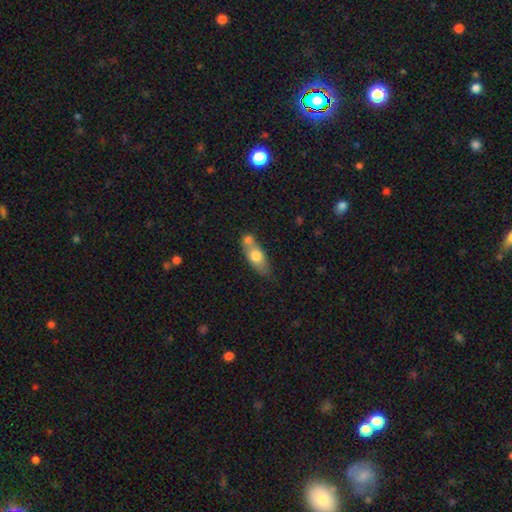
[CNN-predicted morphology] A smooth galaxy with no disk features (67%) that is in between round and cigar-shaped (72%). Merging: merger (41%).